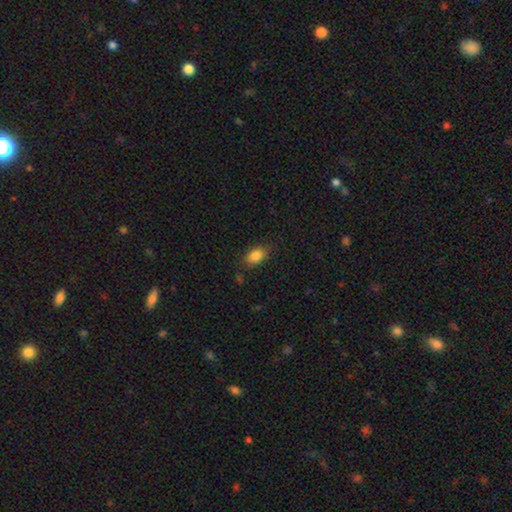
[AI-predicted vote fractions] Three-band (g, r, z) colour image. It shows a smooth galaxy with no disk features (85%) that is in between round and cigar-shaped (86%). Merging: none (80%).